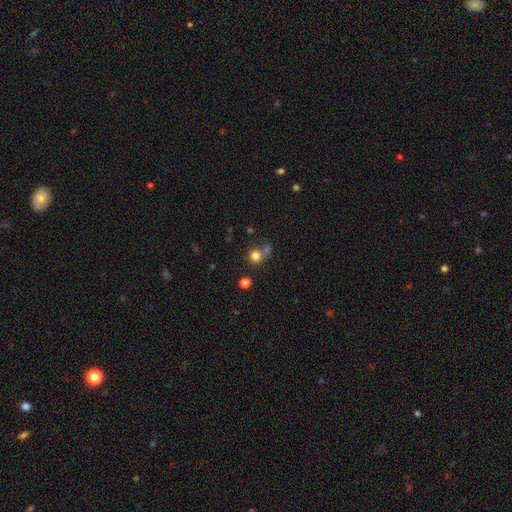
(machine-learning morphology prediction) Q: Smooth or featured?
A: smooth (79%); runner-up: star or artifact (13%)
Q: How rounded?
A: round (88%); runner-up: in between (11%)
Q: Merging?
A: none (54%); runner-up: merger (28%)